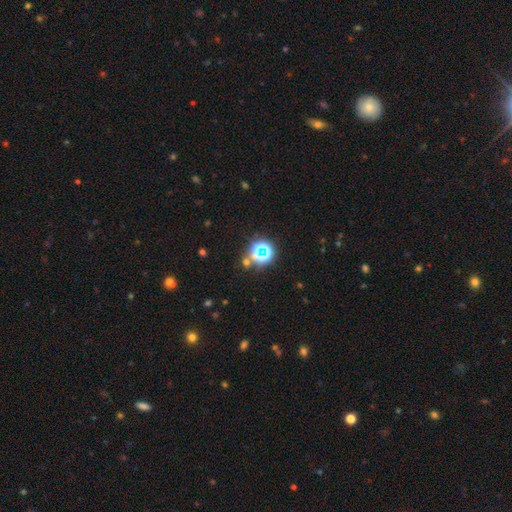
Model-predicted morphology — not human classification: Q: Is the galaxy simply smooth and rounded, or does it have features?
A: star or artifact — 65%.